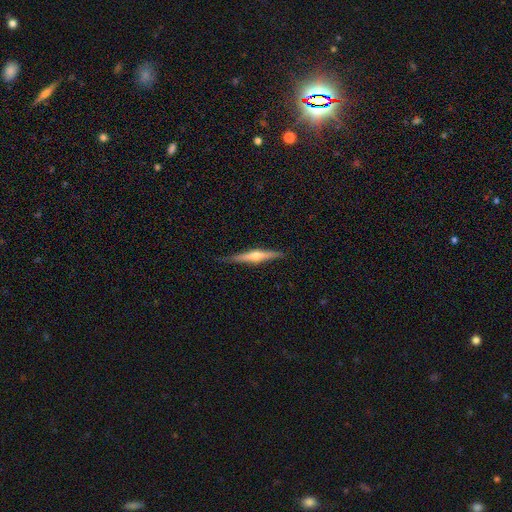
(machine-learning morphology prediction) smooth_or_featured: featured or disk (p=0.73) [alt: smooth p=0.21]
disk_edge_on: yes (p=0.98) [alt: no p=0.02]
edge_on_bulge: rounded (p=0.89) [alt: boxy p=0.06]
merging: none (p=0.87) [alt: minor disturbance p=0.10]